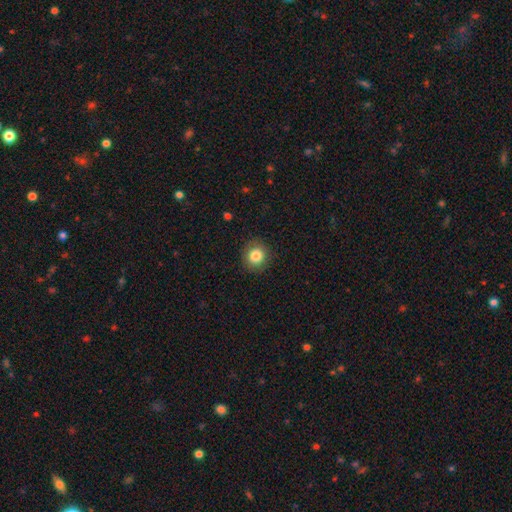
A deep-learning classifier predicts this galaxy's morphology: A smooth galaxy with no disk features (84%) that is round (88%). Merging: none (89%).